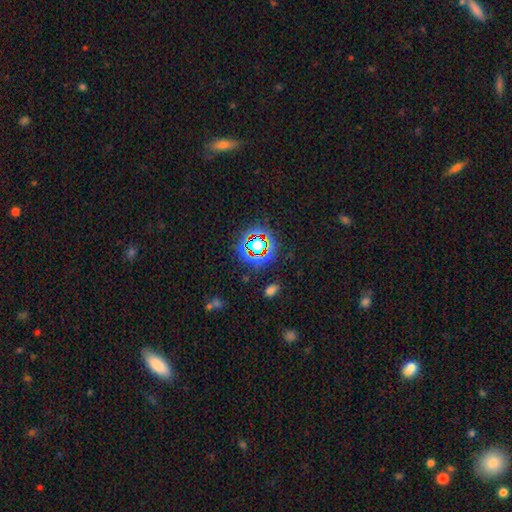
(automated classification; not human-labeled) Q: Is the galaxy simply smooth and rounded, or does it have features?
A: star or artifact — 70%.